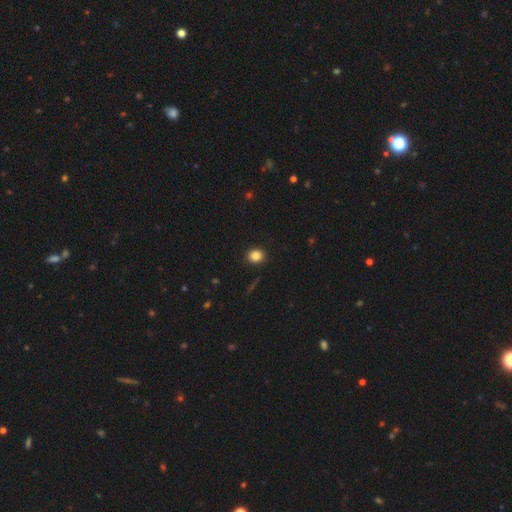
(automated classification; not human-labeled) Smooth or featured? smooth (85%)
How rounded? round (75%)
Merging? none (92%)